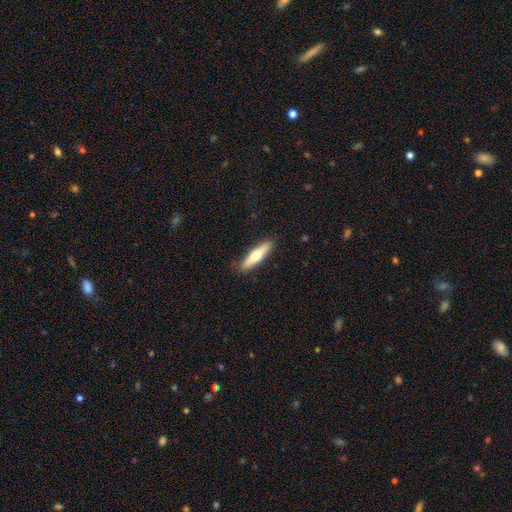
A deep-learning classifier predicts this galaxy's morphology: This appears to be a smooth galaxy with no disk features (52%) that is cigar-shaped (76%). Merging: none (88%).